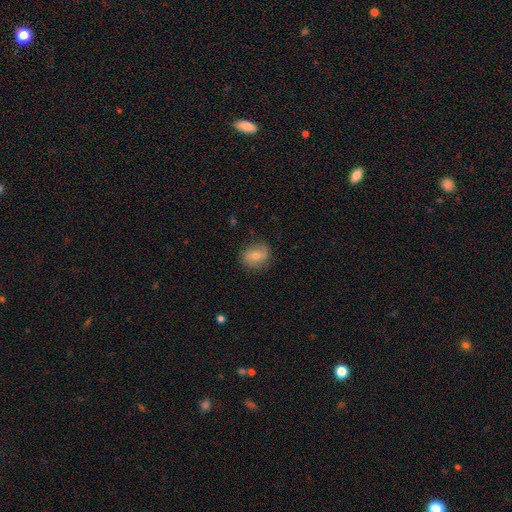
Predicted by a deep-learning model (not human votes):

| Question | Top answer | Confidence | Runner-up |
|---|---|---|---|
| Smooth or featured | featured or disk | 47% | smooth (45%) |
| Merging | none | 79% | minor disturbance (15%) |